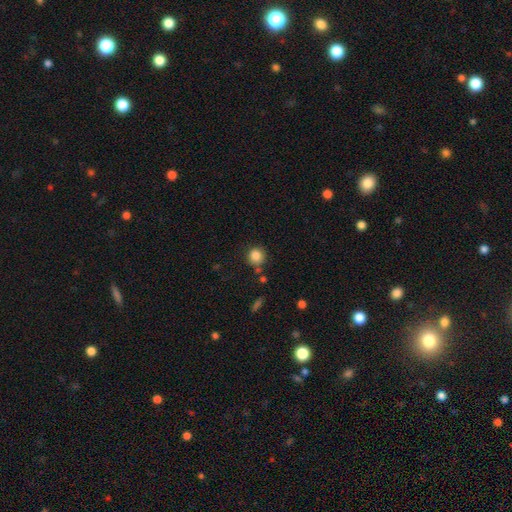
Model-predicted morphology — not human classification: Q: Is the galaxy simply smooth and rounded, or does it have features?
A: smooth — 85%.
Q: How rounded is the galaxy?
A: round — 90%.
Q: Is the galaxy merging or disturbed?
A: none — 77%.